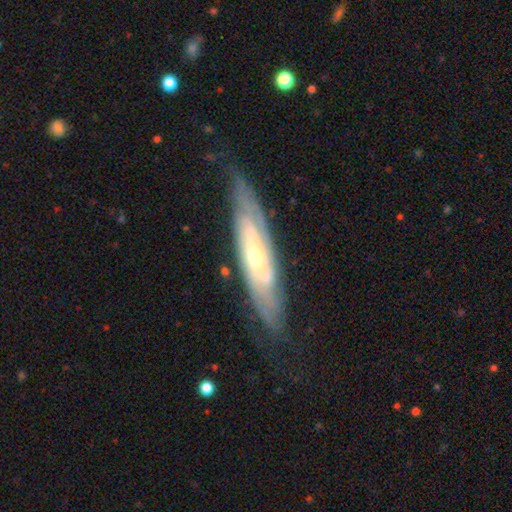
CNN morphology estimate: Smooth or featured?
  - featured or disk: 81% *
  - smooth: 13%
  - star or artifact: 6%
Edge-on disk?
  - no: 66% *
  - yes: 34%
Bar?
  - no: 50% *
  - weak: 33%
  - strong: 17%
Spiral arms?
  - yes: 90% *
  - no: 10%
Bulge size?
  - small: 58% *
  - moderate: 38%
  - large: 2%
  - none: 1%
  - dominant: 1%
Merging?
  - none: 71% *
  - minor disturbance: 21%
  - major disturbance: 7%
  - merger: 2%